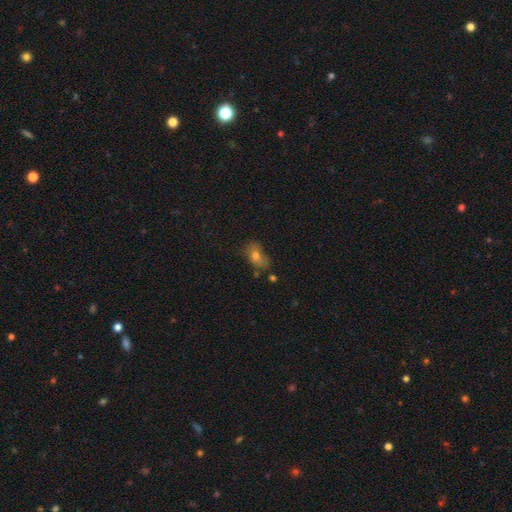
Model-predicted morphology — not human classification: smooth_or_featured: smooth (p=0.65) [alt: featured or disk p=0.22]
how_rounded: in between (p=0.78) [alt: round p=0.19]
merging: none (p=0.44) [alt: minor disturbance p=0.31]